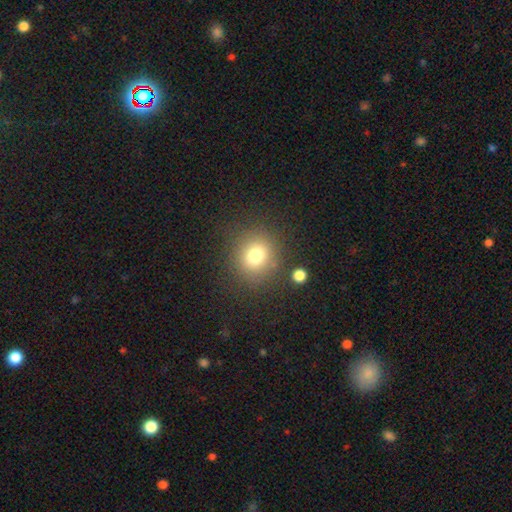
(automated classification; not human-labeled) A smooth galaxy with no disk features (75%) that is round (82%).

Vote fractions:
- Smooth or featured? smooth: 75% / star or artifact: 15% / featured or disk: 10%
- How rounded? round: 82% / in between: 18% / cigar-shaped: 1%
- Merging? none: 83% / minor disturbance: 9% / major disturbance: 5% / merger: 4%